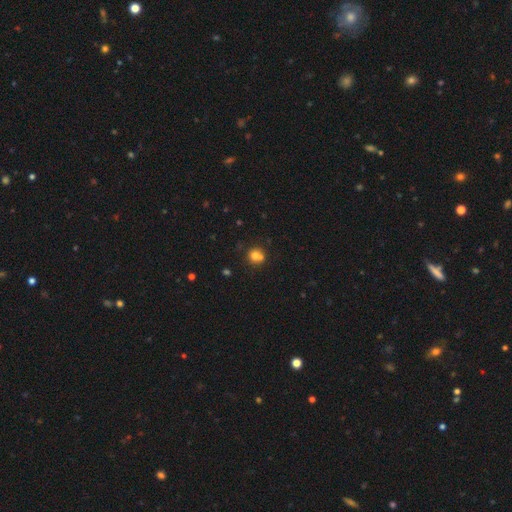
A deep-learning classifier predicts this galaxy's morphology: This is likely a smooth galaxy (75%). How rounded: clearly round (84%). Merging: possibly none (53%).